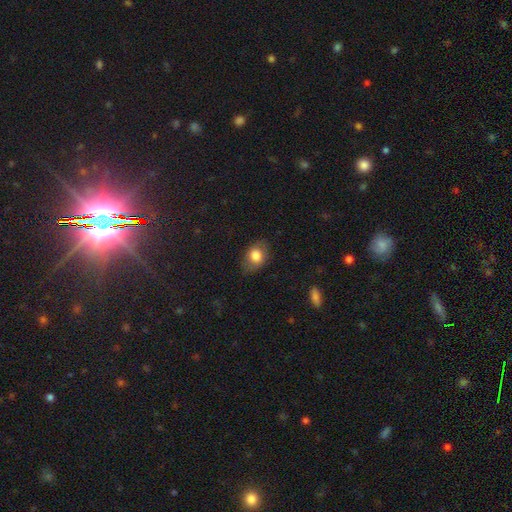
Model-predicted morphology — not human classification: Smooth or featured: smooth — 78% (featured or disk — 14%)
How rounded: in between — 69% (round — 29%)
Merging: none — 74% (minor disturbance — 19%)